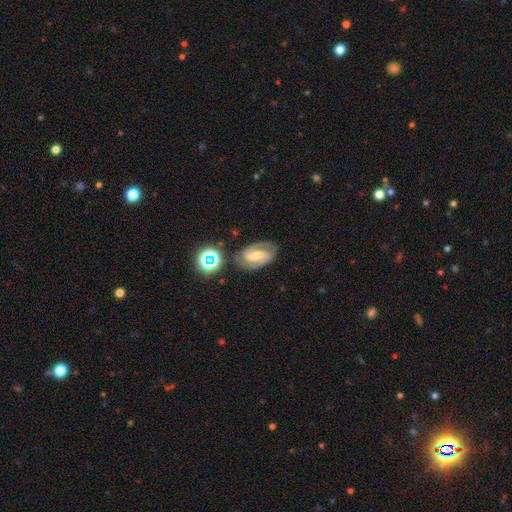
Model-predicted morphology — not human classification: smooth-or-featured: featured or disk: 83% | smooth: 10% | star or artifact: 7%
  disk-edge-on: no: 97% | yes: 3%
    bar: weak: 46% | strong: 30% | no: 24%
    has-spiral-arms: yes: 96% | no: 4%
      spiral-winding: medium: 52% | tight: 38% | loose: 11%
      spiral-arm-count: 2: 90% | can't tell: 4% | 3: 2% | 1: 2% | 4: 1% | more than 4: 1%
    bulge-size: small: 48% | moderate: 42% | none: 4% | large: 4% | dominant: 1%
  merging: none: 79% | minor disturbance: 13% | major disturbance: 4% | merger: 3%